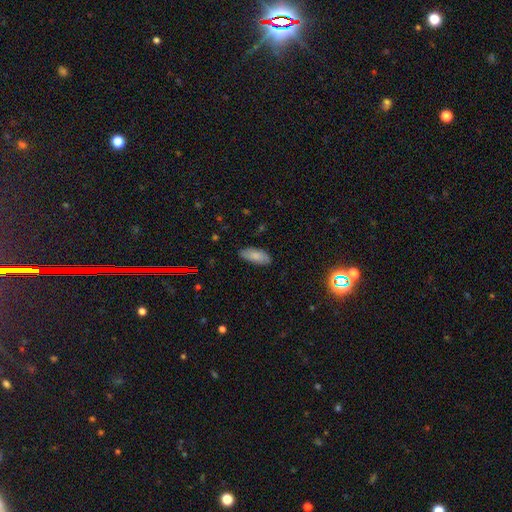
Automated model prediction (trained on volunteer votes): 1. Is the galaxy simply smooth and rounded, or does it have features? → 84% smooth, 9% featured or disk, 7% star or artifact.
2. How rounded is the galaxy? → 83% in between, 15% cigar-shaped, 2% round.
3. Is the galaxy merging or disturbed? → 84% none, 13% minor disturbance, 2% major disturbance, 1% merger.